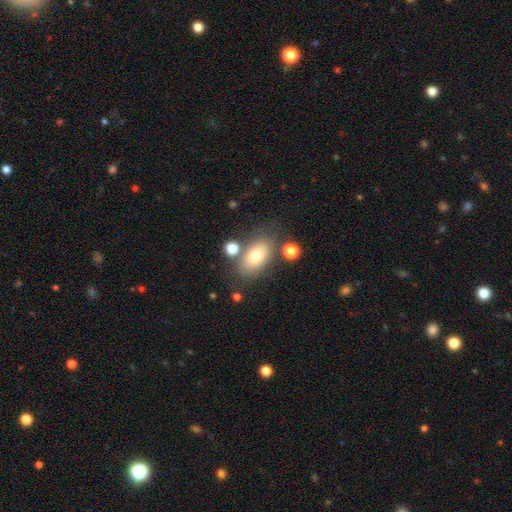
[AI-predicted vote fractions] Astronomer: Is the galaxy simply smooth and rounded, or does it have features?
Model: smooth — 74%.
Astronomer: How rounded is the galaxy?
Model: in between — 89%.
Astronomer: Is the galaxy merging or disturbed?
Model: none — 71%.